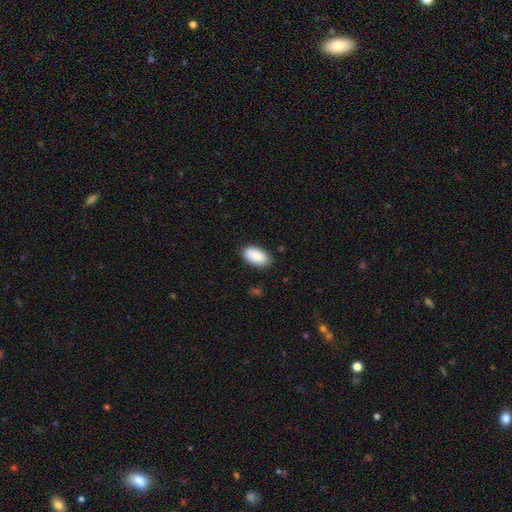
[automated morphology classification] Overall: smooth (89%). How rounded: in between (95%). Merging: none (84%).